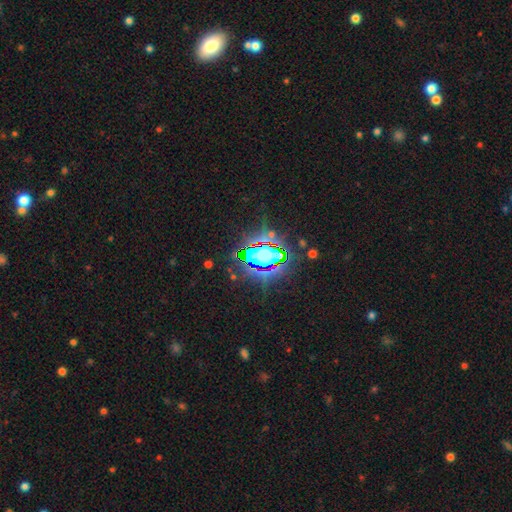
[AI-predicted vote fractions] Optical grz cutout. It shows a star or artifact, not a galaxy (78%).